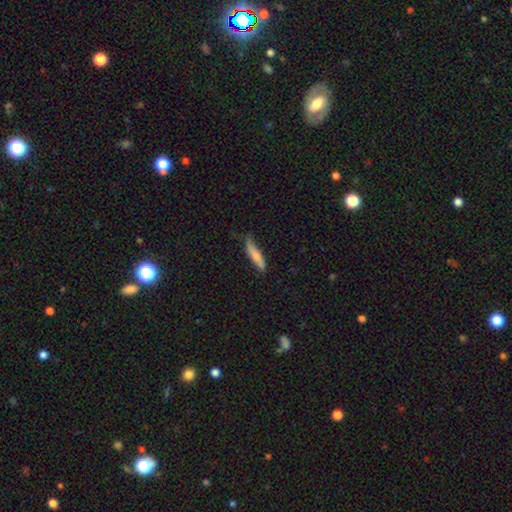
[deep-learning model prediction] Q: Smooth or featured?
A: smooth (71%); runner-up: featured or disk (23%)
Q: How rounded?
A: cigar-shaped (82%); runner-up: in between (16%)
Q: Merging?
A: none (60%); runner-up: minor disturbance (32%)